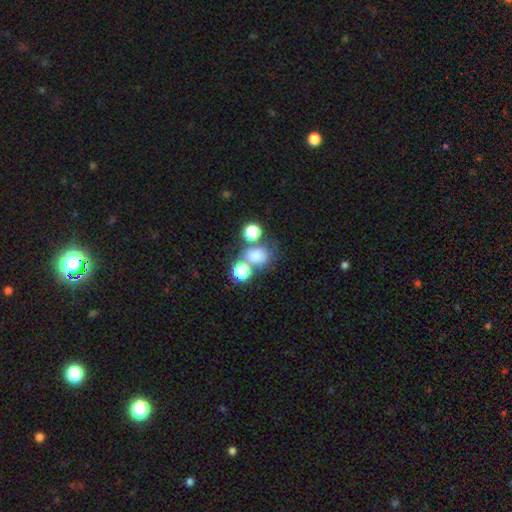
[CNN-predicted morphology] Smooth or featured: smooth — 70% (star or artifact — 20%)
How rounded: round — 64% (in between — 35%)
Merging: none — 48% (merger — 33%)